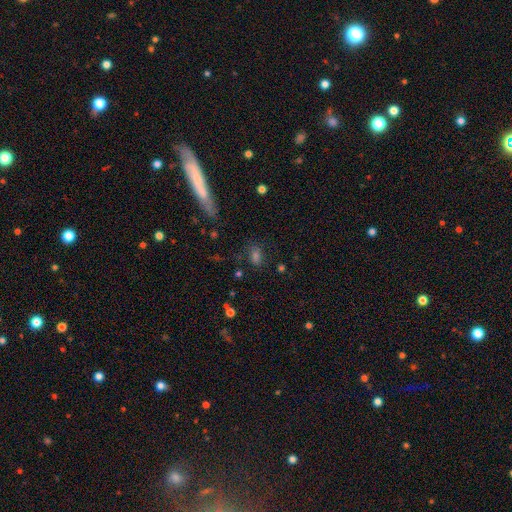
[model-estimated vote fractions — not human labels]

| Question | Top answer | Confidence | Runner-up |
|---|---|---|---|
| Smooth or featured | smooth | 64% | star or artifact (22%) |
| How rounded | in between | 70% | round (18%) |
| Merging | none | 71% | minor disturbance (16%) |